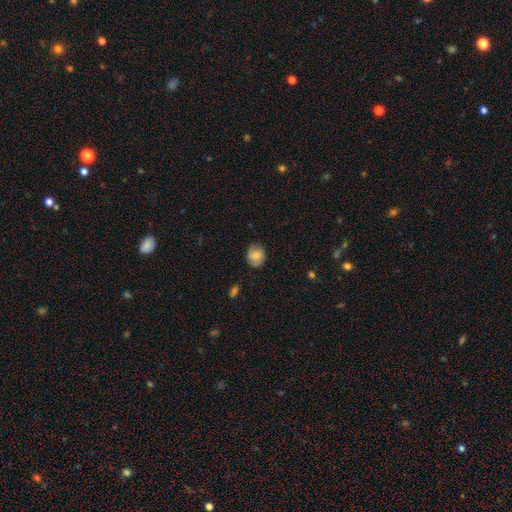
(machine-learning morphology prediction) Smooth or featured?
  - smooth: 74% *
  - featured or disk: 17%
  - star or artifact: 8%
How rounded?
  - round: 67% *
  - in between: 32%
  - cigar-shaped: 1%
Merging?
  - none: 77% *
  - minor disturbance: 18%
  - major disturbance: 4%
  - merger: 1%